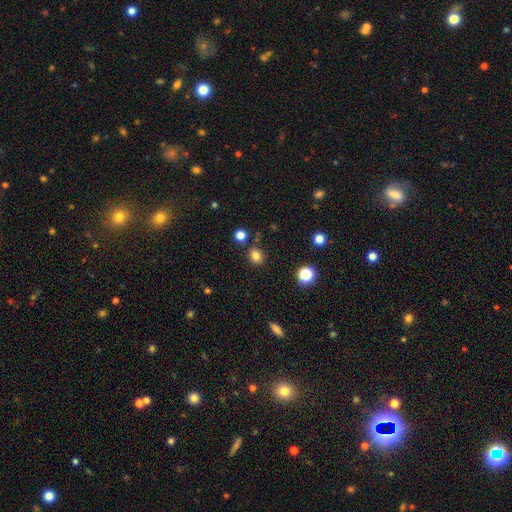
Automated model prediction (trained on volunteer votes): Morphology: type=smooth (81%); roundness=round (74%); merging=none (84%).